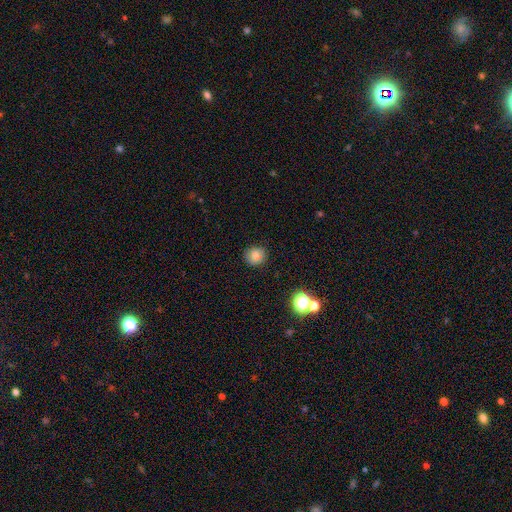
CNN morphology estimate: Overall: smooth (79%). How rounded: round (82%). Merging: none (83%).